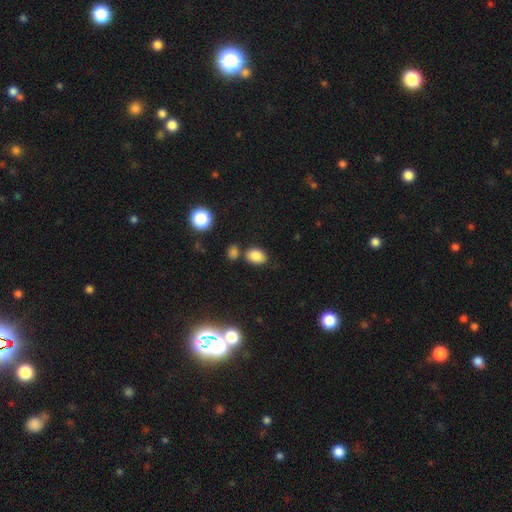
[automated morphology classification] Smooth or featured? smooth (83%)
How rounded? in between (78%)
Merging? none (70%)